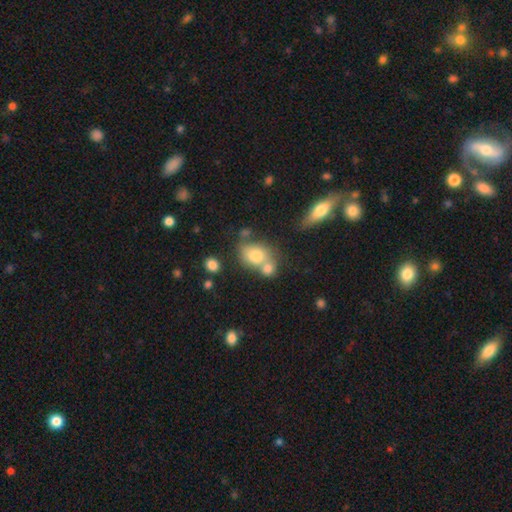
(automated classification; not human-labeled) smooth 74%, featured or disk 15%, star or artifact 10%. Down the decision tree: how rounded — in between (58%); merging — merger (43%).